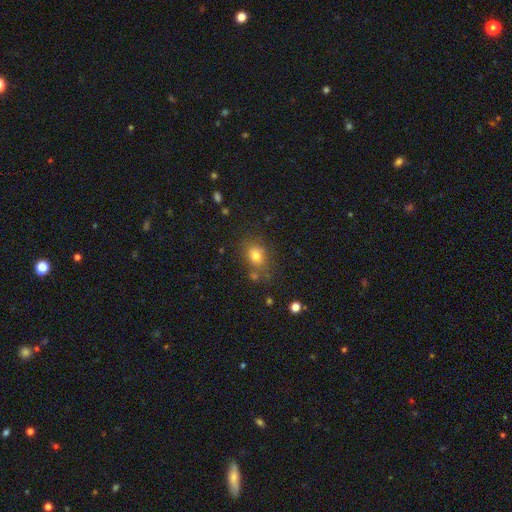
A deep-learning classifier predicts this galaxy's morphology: A smooth galaxy with no disk features (77%) that is in between round and cigar-shaped (55%).

Vote fractions:
- Smooth or featured? smooth: 77% / star or artifact: 13% / featured or disk: 9%
- How rounded? in between: 55% / round: 43% / cigar-shaped: 1%
- Merging? none: 69% / minor disturbance: 17% / merger: 9% / major disturbance: 6%